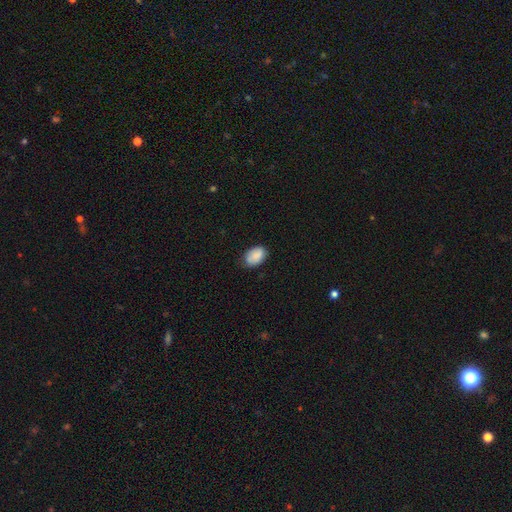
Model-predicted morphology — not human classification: type=smooth (85%); roundness=in between (87%); merging=none (69%).